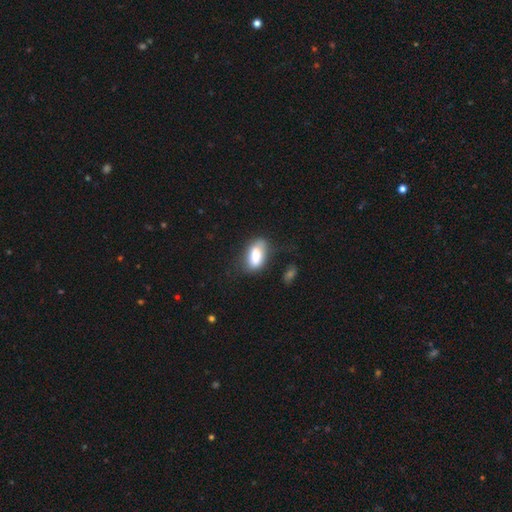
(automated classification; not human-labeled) Smooth or featured? smooth (77%)
How rounded? in between (83%)
Merging? none (62%)